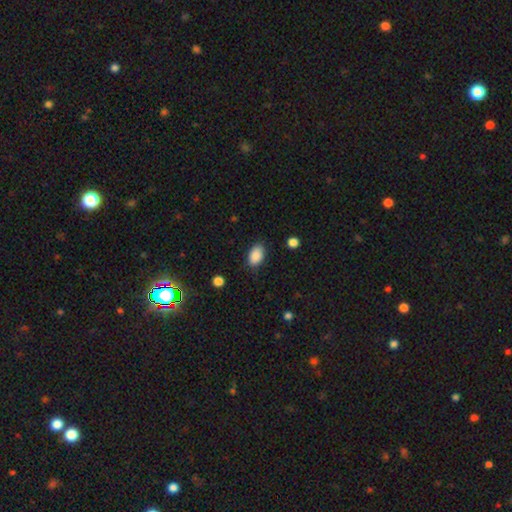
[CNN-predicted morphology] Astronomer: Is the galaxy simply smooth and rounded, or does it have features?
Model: smooth — 89%.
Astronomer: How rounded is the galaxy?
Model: in between — 91%.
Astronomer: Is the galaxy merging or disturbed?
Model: none — 82%.